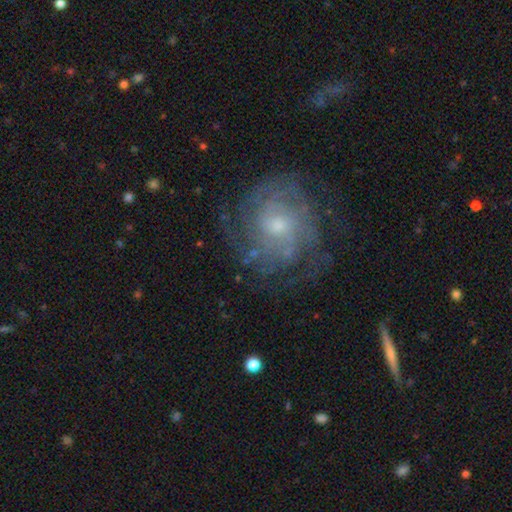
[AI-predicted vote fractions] Smooth or featured: featured or disk — 75% (smooth — 16%)
Edge-on disk: no — 97% (yes — 3%)
Bar: no — 68% (weak — 28%)
Spiral arms: yes — 86% (no — 14%)
Spiral winding: tight — 59% (medium — 31%)
Spiral arm count: can't tell — 49% (2 — 16%)
Bulge size: small — 53% (moderate — 40%)
Merging: none — 72% (minor disturbance — 16%)